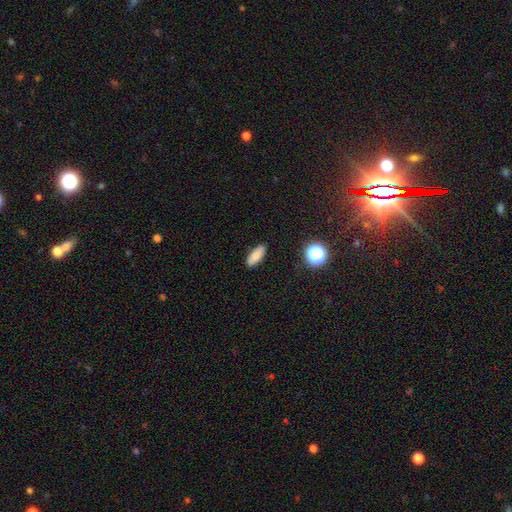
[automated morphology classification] Q: Smooth or featured?
A: smooth (83%); runner-up: star or artifact (9%)
Q: How rounded?
A: in between (70%); runner-up: cigar-shaped (26%)
Q: Merging?
A: none (88%); runner-up: minor disturbance (9%)